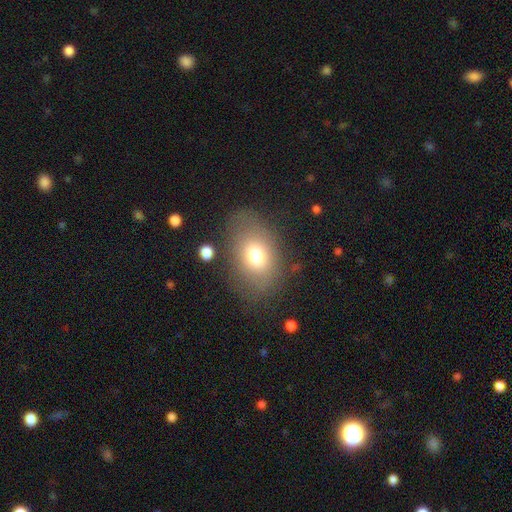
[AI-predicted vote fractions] smooth 72%, featured or disk 17%, star or artifact 11%. Down the decision tree: how rounded — in between (77%); merging — none (73%).